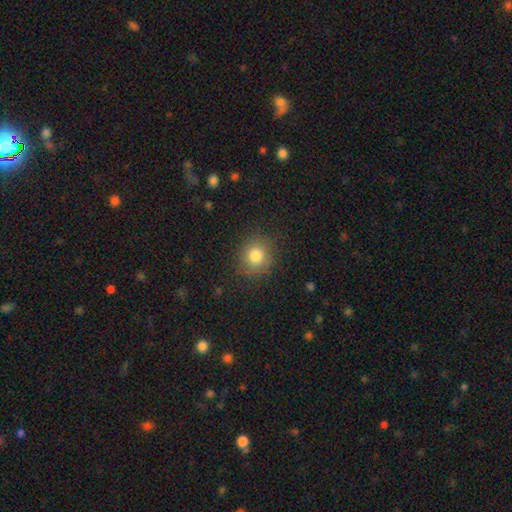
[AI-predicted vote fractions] Overall: smooth (81%). How rounded: round (85%). Merging: none (85%).